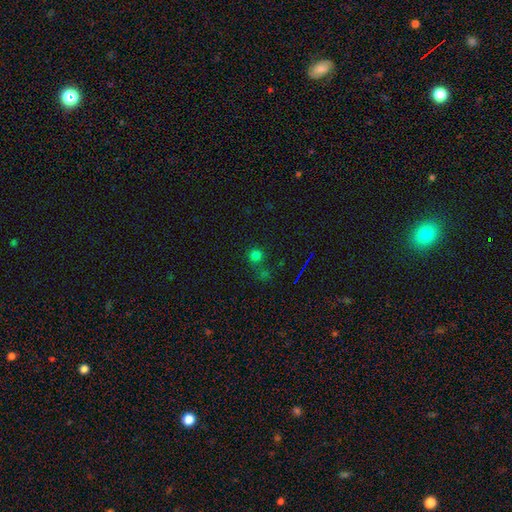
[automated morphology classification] Smooth or featured?
  - smooth: 63% *
  - star or artifact: 30%
  - featured or disk: 7%
How rounded?
  - round: 90% *
  - in between: 9%
  - cigar-shaped: 1%
Merging?
  - none: 61% *
  - merger: 21%
  - minor disturbance: 11%
  - major disturbance: 7%